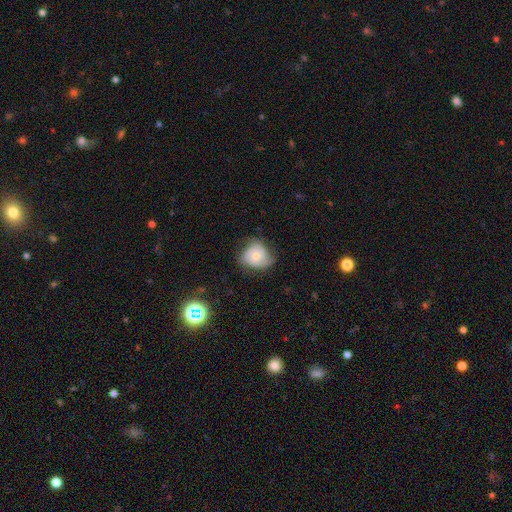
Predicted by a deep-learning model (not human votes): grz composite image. It shows a featured or disk galaxy (50%). Merging: none (57%).